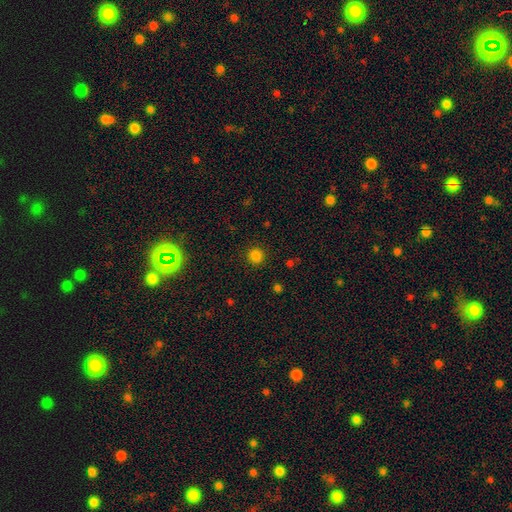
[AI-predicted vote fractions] smooth-or-featured: smooth: 82% | star or artifact: 15% | featured or disk: 3%
  how-rounded: round: 94% | in between: 5% | cigar-shaped: 1%
  merging: none: 91% | minor disturbance: 6% | major disturbance: 2% | merger: 1%